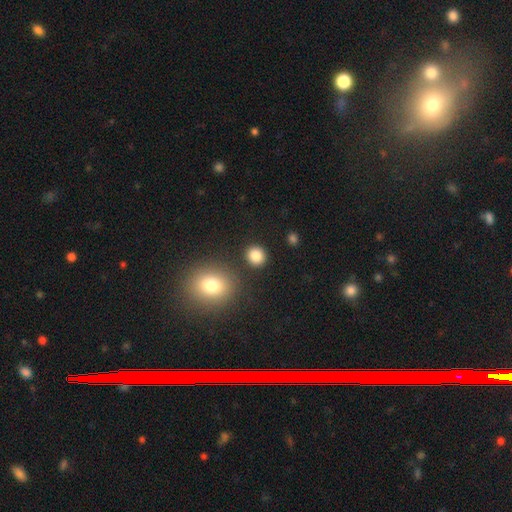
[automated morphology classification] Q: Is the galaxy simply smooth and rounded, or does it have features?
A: smooth — 85%.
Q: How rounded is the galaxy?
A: round — 82%.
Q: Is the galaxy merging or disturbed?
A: none — 86%.